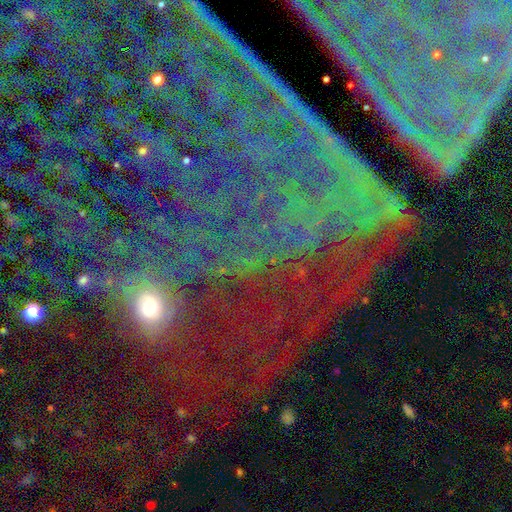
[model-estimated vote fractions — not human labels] Smooth or featured?
  - star or artifact: 64% *
  - featured or disk: 21%
  - smooth: 15%